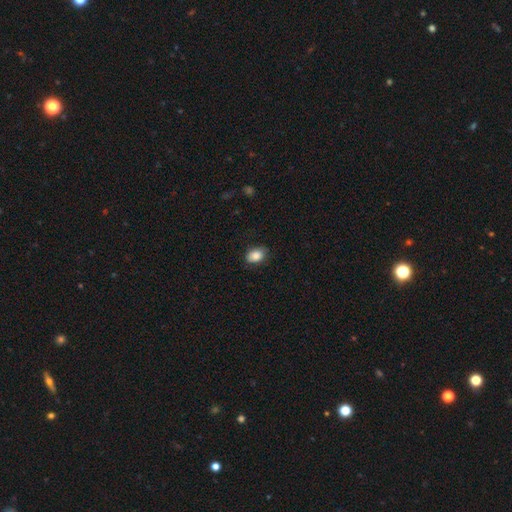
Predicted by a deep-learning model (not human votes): Smooth or featured: smooth — 85% (star or artifact — 8%)
How rounded: in between — 80% (round — 19%)
Merging: none — 80% (minor disturbance — 16%)